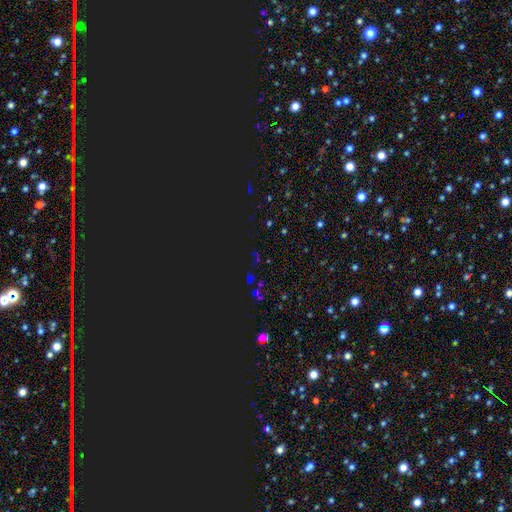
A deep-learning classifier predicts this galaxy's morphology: Q: Smooth or featured?
A: star or artifact (70%); runner-up: smooth (22%)